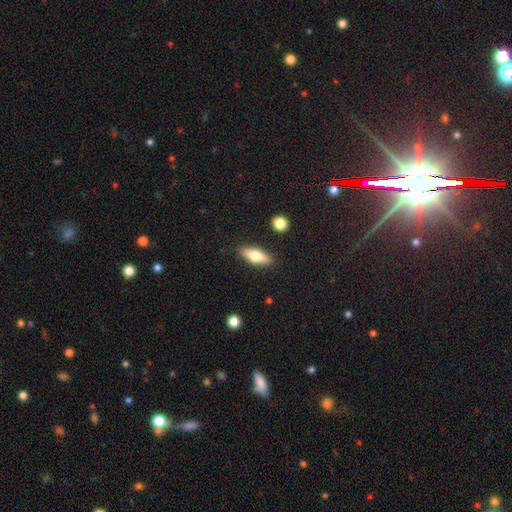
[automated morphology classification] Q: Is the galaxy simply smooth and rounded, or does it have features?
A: smooth — 61%.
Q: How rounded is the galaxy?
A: in between — 61%.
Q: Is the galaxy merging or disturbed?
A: none — 87%.